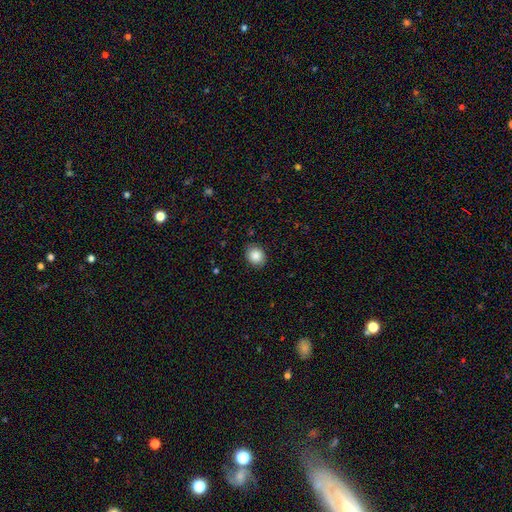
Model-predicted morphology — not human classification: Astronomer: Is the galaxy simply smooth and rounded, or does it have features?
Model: smooth — 86%.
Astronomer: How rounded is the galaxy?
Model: round — 63%.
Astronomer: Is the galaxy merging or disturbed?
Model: none — 88%.